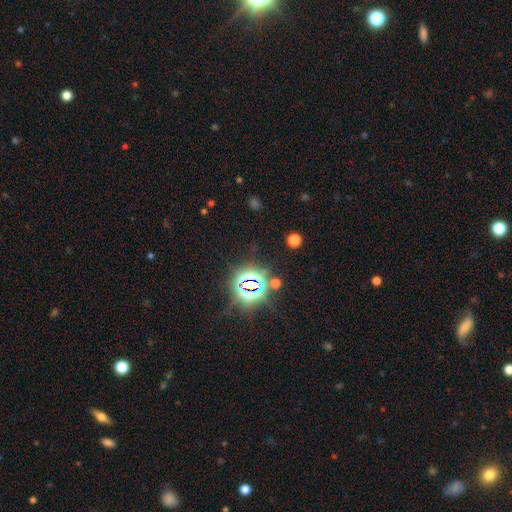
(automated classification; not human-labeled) Morphology: type=star or artifact (81%).